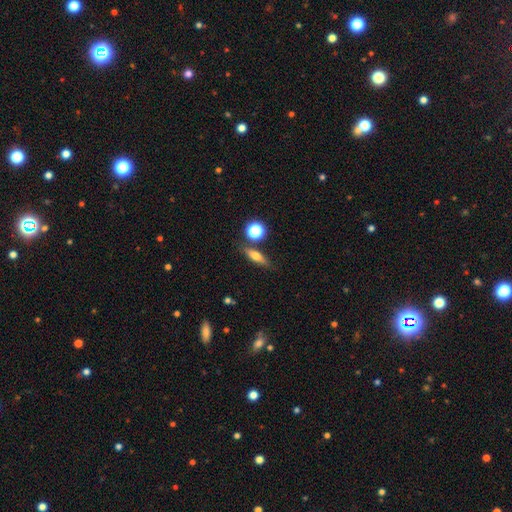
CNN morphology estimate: Smooth or featured?
  - smooth: 56% *
  - featured or disk: 33%
  - star or artifact: 11%
How rounded?
  - cigar-shaped: 52% *
  - in between: 37%
  - round: 11%
Merging?
  - none: 79% *
  - minor disturbance: 11%
  - merger: 7%
  - major disturbance: 3%